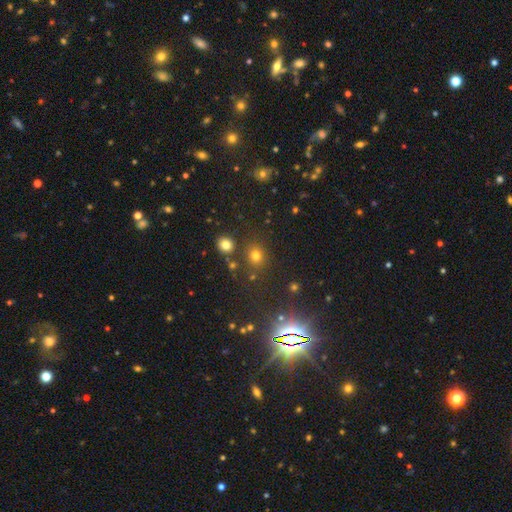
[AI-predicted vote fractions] smooth 72%, star or artifact 22%, featured or disk 7%. Down the decision tree: how rounded — round (82%); merging — none (81%).